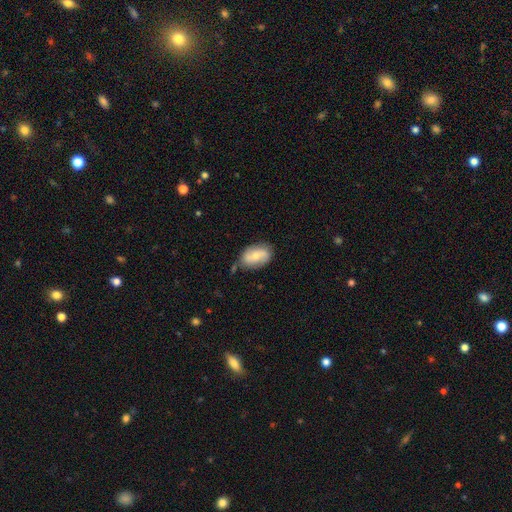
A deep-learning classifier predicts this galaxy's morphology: Overall: smooth (53%; featured or disk 40%). How rounded: in between (89%). Merging: none (67%).